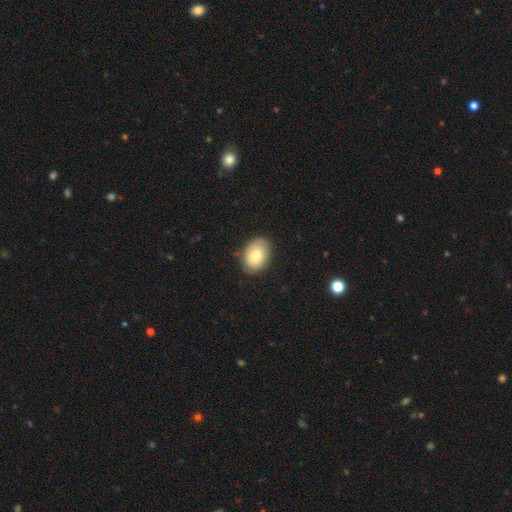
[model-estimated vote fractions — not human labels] Smooth or featured: smooth — 78% (featured or disk — 16%)
How rounded: in between — 80% (round — 19%)
Merging: none — 79% (minor disturbance — 16%)